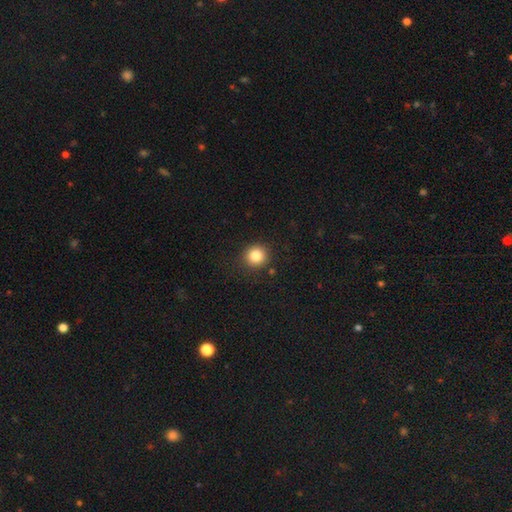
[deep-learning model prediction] Q: Smooth or featured?
A: smooth (84%); runner-up: star or artifact (11%)
Q: How rounded?
A: round (90%); runner-up: in between (9%)
Q: Merging?
A: none (88%); runner-up: minor disturbance (7%)